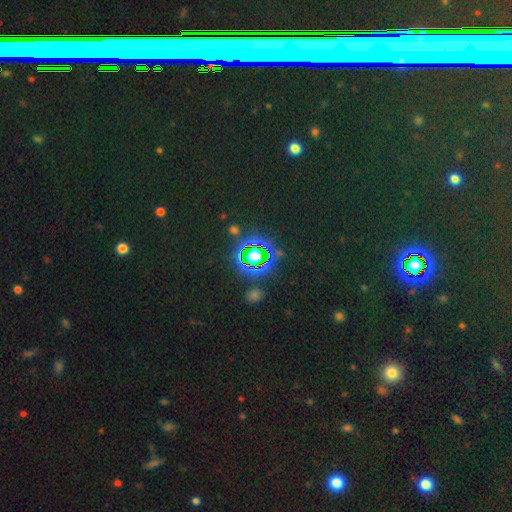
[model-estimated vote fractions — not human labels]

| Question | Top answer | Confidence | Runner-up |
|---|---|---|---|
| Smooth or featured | star or artifact | 75% | smooth (16%) |